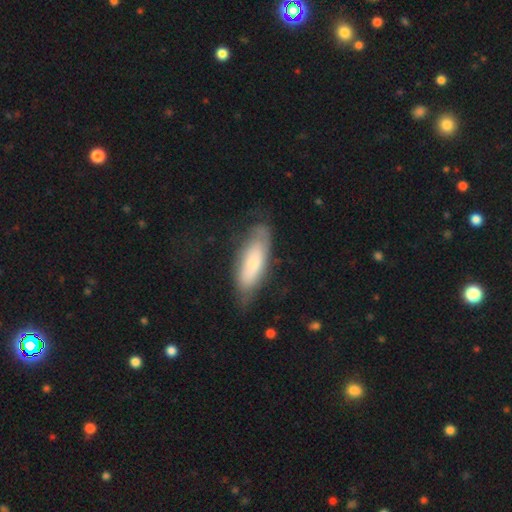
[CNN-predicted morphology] Smooth or featured: smooth — 55% (featured or disk — 38%)
How rounded: in between — 68% (cigar-shaped — 29%)
Merging: none — 62% (minor disturbance — 25%)